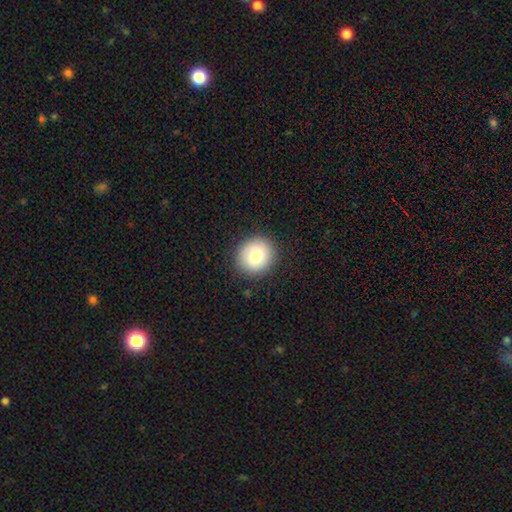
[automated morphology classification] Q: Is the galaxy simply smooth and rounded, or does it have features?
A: smooth — 78%.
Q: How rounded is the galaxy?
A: round — 85%.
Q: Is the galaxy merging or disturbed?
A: none — 89%.